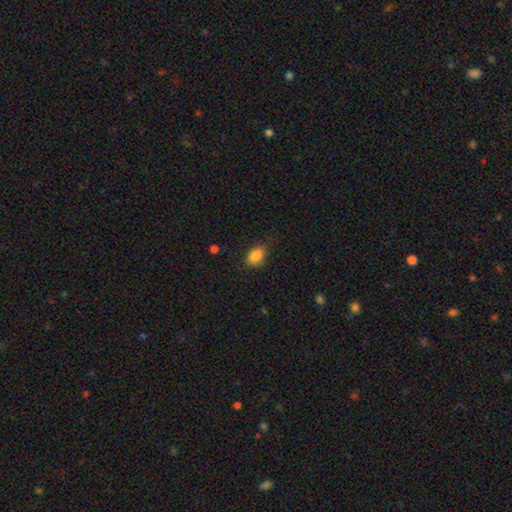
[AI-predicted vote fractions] Smooth or featured? smooth (86%)
How rounded? in between (79%)
Merging? none (68%)